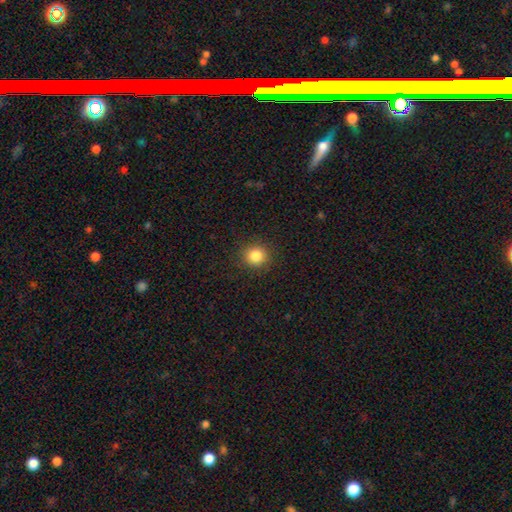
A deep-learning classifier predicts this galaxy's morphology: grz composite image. It shows a smooth galaxy with no disk features (84%) that is round (90%). Merging: none (90%).